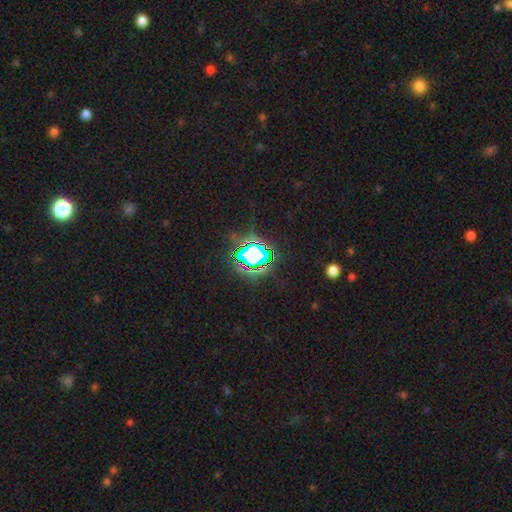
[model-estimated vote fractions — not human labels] Smooth or featured?
  - star or artifact: 71% *
  - smooth: 17%
  - featured or disk: 12%